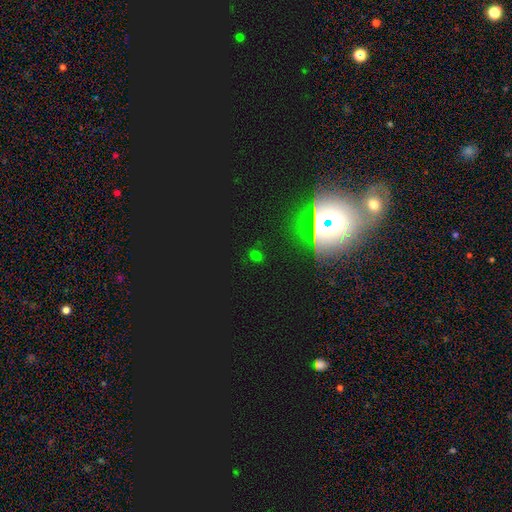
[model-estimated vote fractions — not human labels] A star or artifact, not a galaxy (55%).